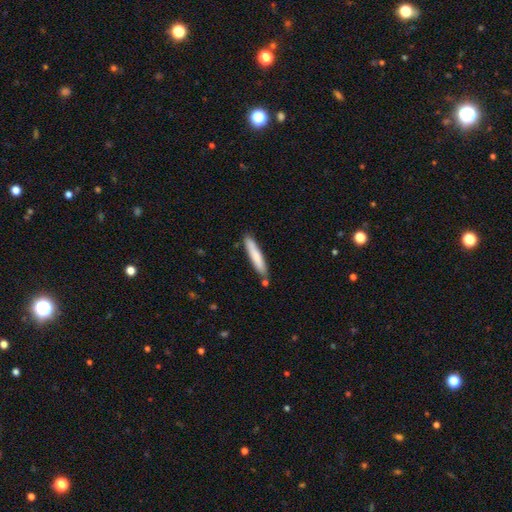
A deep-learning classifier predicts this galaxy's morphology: Smooth or featured?
  - smooth: 77% *
  - featured or disk: 18%
  - star or artifact: 5%
How rounded?
  - cigar-shaped: 92% *
  - in between: 7%
  - round: 1%
Merging?
  - none: 81% *
  - minor disturbance: 11%
  - merger: 5%
  - major disturbance: 2%